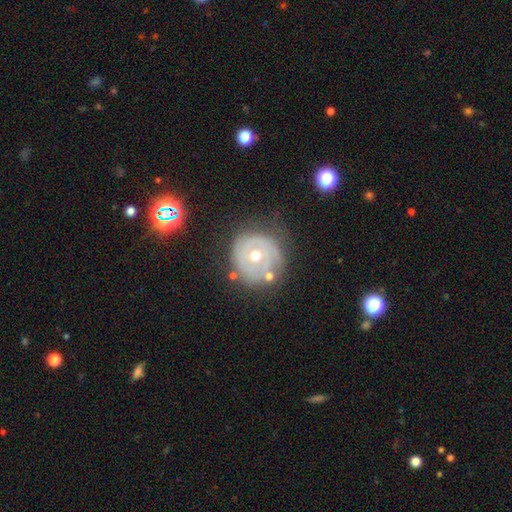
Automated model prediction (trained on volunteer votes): smooth-or-featured: featured or disk: 65% | smooth: 26% | star or artifact: 8%
  disk-edge-on: no: 97% | yes: 3%
    bar: no: 84% | weak: 13% | strong: 3%
    has-spiral-arms: yes: 57% | no: 43%
    bulge-size: moderate: 69% | small: 26% | large: 3% | none: 1% | dominant: 1%
  merging: none: 67% | minor disturbance: 20% | major disturbance: 8% | merger: 5%